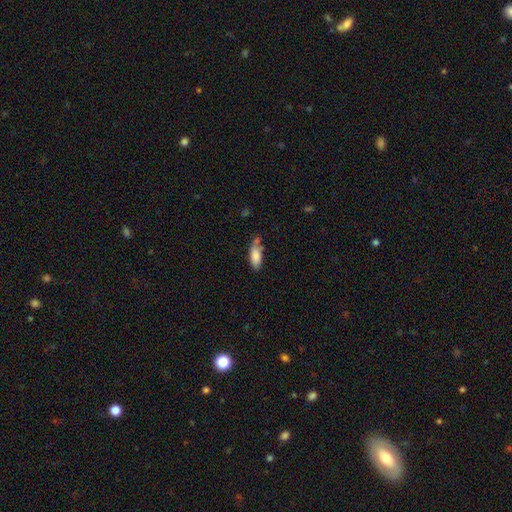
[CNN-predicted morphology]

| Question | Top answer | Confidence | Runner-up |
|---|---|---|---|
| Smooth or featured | smooth | 84% | featured or disk (9%) |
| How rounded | in between | 76% | cigar-shaped (22%) |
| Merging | none | 56% | minor disturbance (24%) |